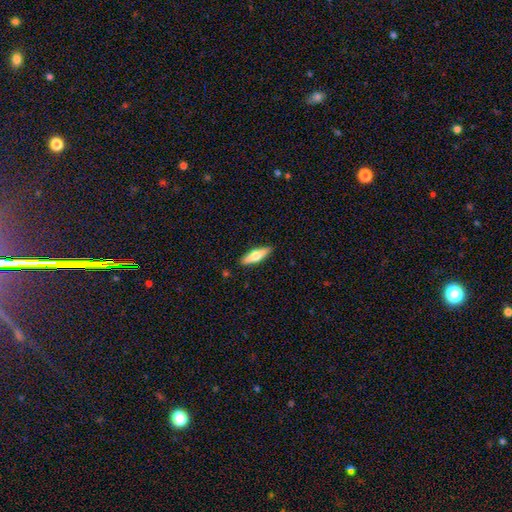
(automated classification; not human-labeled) Smooth or featured: smooth — 51% (featured or disk — 43%)
How rounded: cigar-shaped — 64% (in between — 34%)
Merging: none — 89% (minor disturbance — 8%)